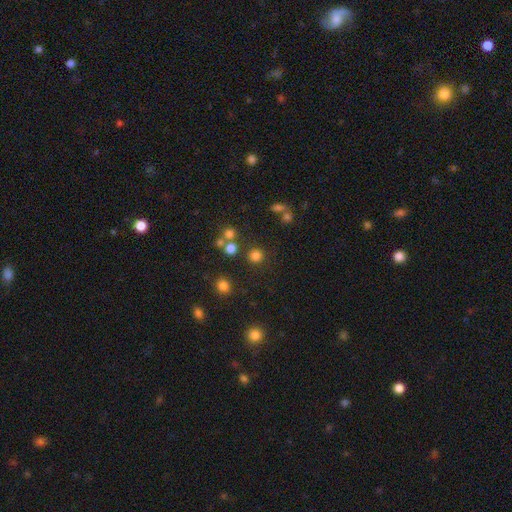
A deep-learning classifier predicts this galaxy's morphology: The model was most divided on "smooth or featured": smooth: 76%, star or artifact: 18%, featured or disk: 6%. More confident: how rounded — round (92%); merging — none (81%).